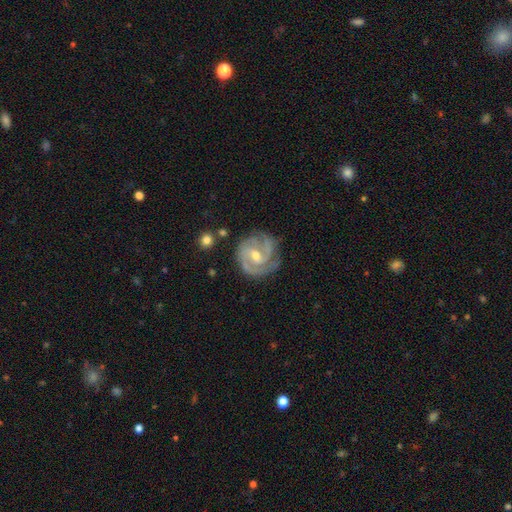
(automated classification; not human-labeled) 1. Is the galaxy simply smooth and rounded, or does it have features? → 90% featured or disk, 6% smooth, 5% star or artifact.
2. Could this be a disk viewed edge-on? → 98% no, 2% yes.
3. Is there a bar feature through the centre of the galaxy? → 47% weak, 36% no, 17% strong.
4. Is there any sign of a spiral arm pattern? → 98% yes, 2% no.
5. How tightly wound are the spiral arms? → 60% tight, 34% medium, 6% loose.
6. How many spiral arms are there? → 39% 3, 38% 2, 10% can't tell, 5% 4, 4% 1, 4% more than 4.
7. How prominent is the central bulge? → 52% moderate, 45% small, 1% large, 1% none, 1% dominant.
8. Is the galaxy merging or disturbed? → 75% none, 17% minor disturbance, 5% major disturbance, 2% merger.